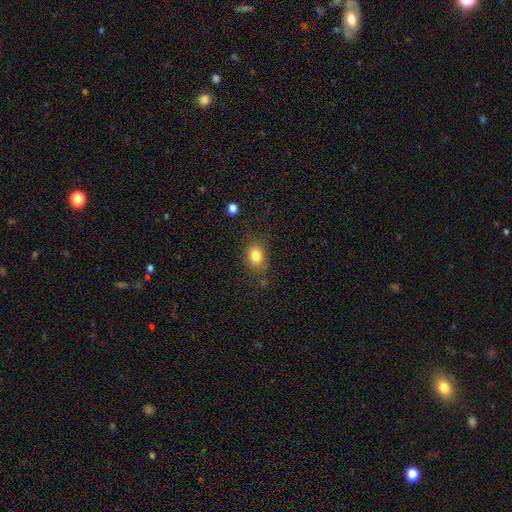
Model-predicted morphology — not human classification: A smooth galaxy with no disk features (82%) that is in between round and cigar-shaped (53%). Merging: none (76%).